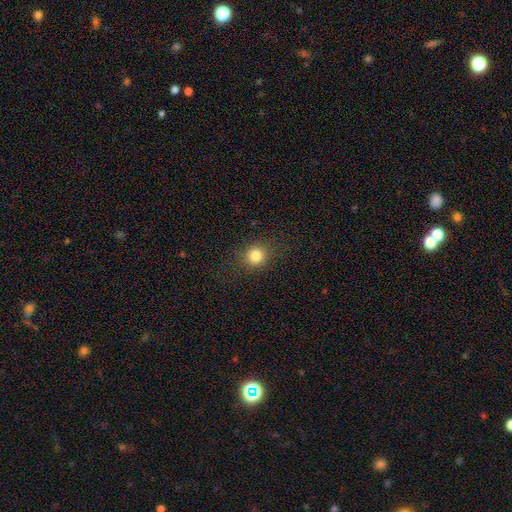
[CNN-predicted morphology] smooth_or_featured: smooth (p=0.82) [alt: star or artifact p=0.12]
how_rounded: round (p=0.83) [alt: in between p=0.16]
merging: none (p=0.86) [alt: minor disturbance p=0.10]